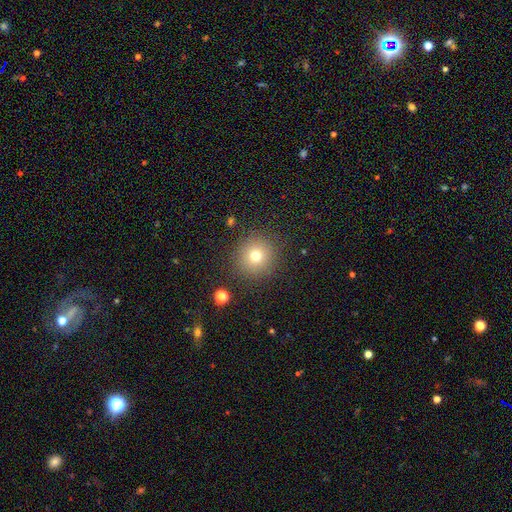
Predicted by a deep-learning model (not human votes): Smooth or featured? smooth (74%)
How rounded? round (93%)
Merging? none (88%)